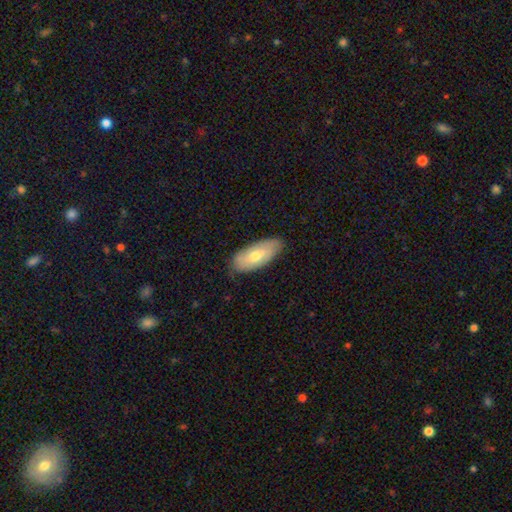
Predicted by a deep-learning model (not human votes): A smooth galaxy with no disk features (61%) that is in between round and cigar-shaped (86%).

Vote fractions:
- Smooth or featured? smooth: 61% / featured or disk: 34% / star or artifact: 5%
- How rounded? in between: 86% / cigar-shaped: 12% / round: 2%
- Merging? none: 80% / minor disturbance: 16% / major disturbance: 3% / merger: 1%